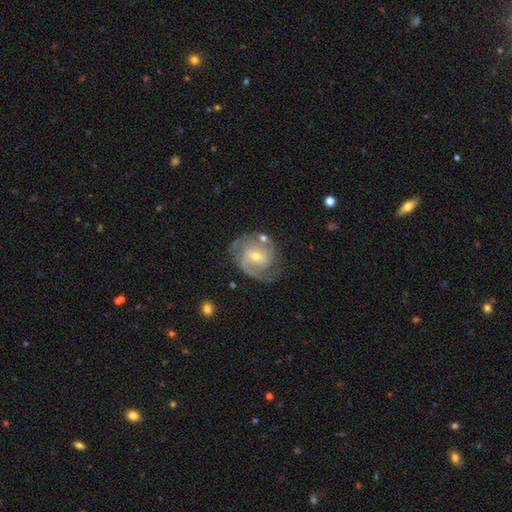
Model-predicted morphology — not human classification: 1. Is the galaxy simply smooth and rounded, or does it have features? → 87% featured or disk, 8% smooth, 5% star or artifact.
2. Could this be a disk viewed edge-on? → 98% no, 2% yes.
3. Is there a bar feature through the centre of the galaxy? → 47% no, 42% weak, 11% strong.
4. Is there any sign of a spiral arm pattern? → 96% yes, 4% no.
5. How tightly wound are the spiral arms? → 51% tight, 39% medium, 9% loose.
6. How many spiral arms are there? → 53% 2, 21% 3, 14% can't tell, 5% 1, 4% 4, 3% more than 4.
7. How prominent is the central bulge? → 49% small, 48% moderate, 2% large, 1% none, 1% dominant.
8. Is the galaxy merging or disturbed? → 68% none, 18% minor disturbance, 9% major disturbance, 4% merger.